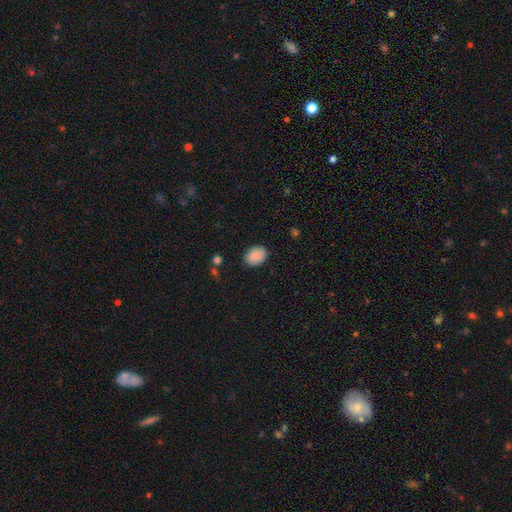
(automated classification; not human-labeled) A smooth galaxy with no disk features (84%) that is in between round and cigar-shaped (68%).

Vote fractions:
- Smooth or featured? smooth: 84% / featured or disk: 9% / star or artifact: 7%
- How rounded? in between: 68% / round: 31% / cigar-shaped: 1%
- Merging? none: 86% / minor disturbance: 11% / major disturbance: 2% / merger: 1%